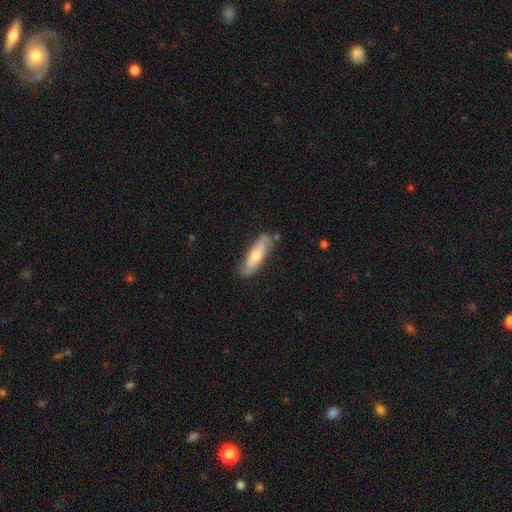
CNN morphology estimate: Smooth or featured?
  - smooth: 50% *
  - featured or disk: 44%
  - star or artifact: 5%
How rounded?
  - cigar-shaped: 56% *
  - in between: 42%
  - round: 2%
Merging?
  - none: 74% *
  - minor disturbance: 19%
  - major disturbance: 4%
  - merger: 3%